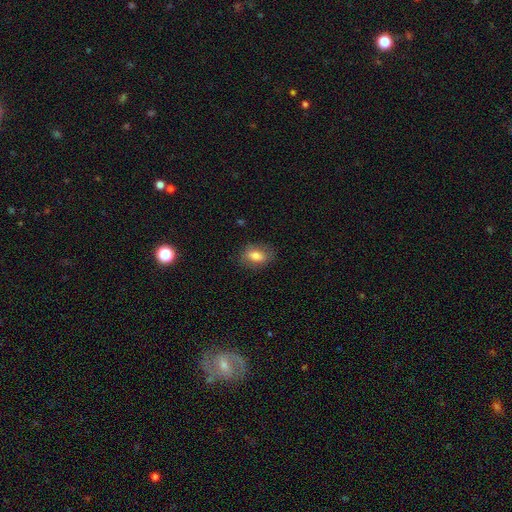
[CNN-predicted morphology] This is likely a smooth galaxy (78%). How rounded: clearly in between (82%). Merging: likely none (79%).